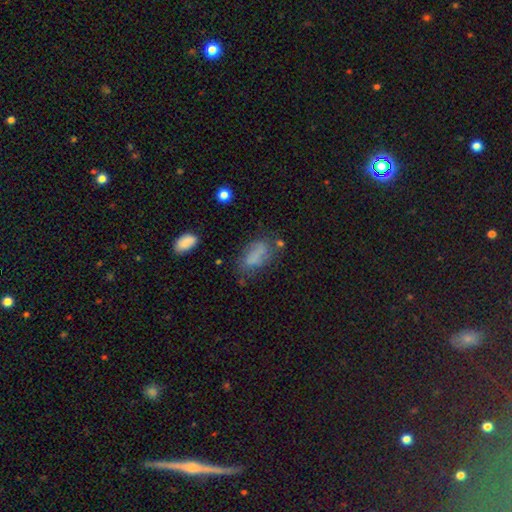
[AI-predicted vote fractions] smooth_or_featured: smooth (p=0.67) [alt: featured or disk p=0.21]
how_rounded: in between (p=0.85) [alt: cigar-shaped p=0.09]
merging: none (p=0.48) [alt: minor disturbance p=0.27]